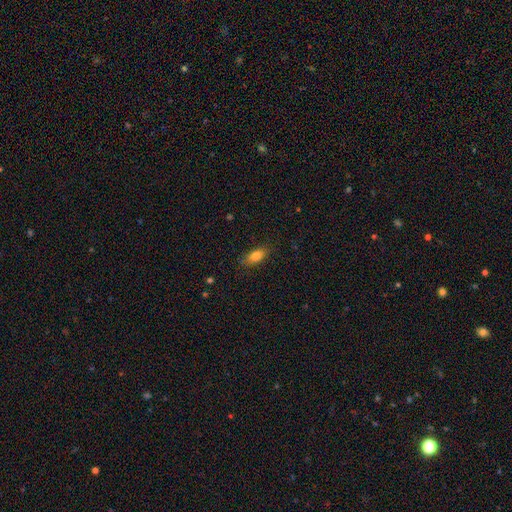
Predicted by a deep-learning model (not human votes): smooth_or_featured: smooth (p=0.81) [alt: featured or disk p=0.10]
how_rounded: in between (p=0.81) [alt: cigar-shaped p=0.15]
merging: none (p=0.82) [alt: minor disturbance p=0.14]